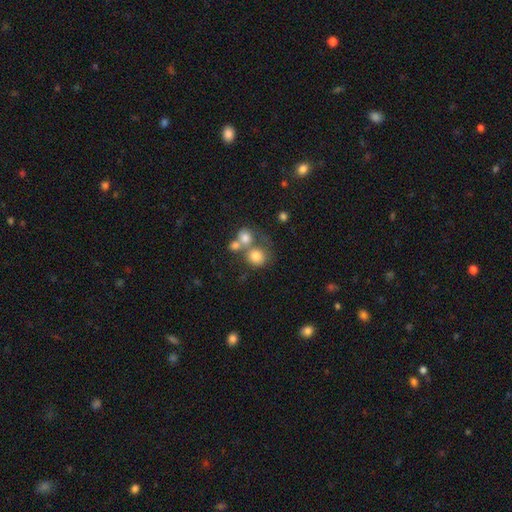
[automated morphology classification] smooth-or-featured: smooth: 76% | featured or disk: 13% | star or artifact: 12%
  how-rounded: round: 83% | in between: 16% | cigar-shaped: 1%
  merging: merger: 42% | none: 41% | minor disturbance: 9% | major disturbance: 7%